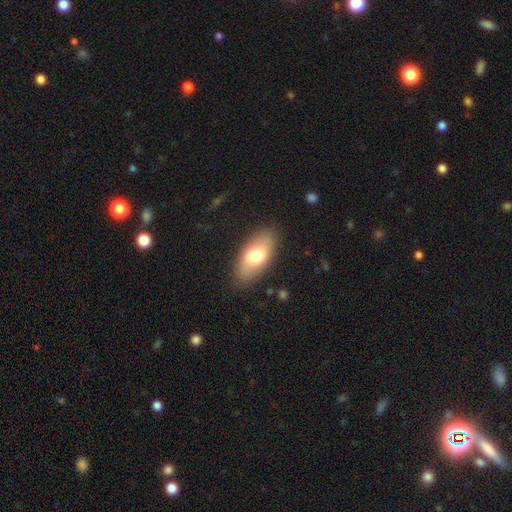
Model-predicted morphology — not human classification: A smooth galaxy with no disk features (70%) that is in between round and cigar-shaped (90%). Merging: none (85%).